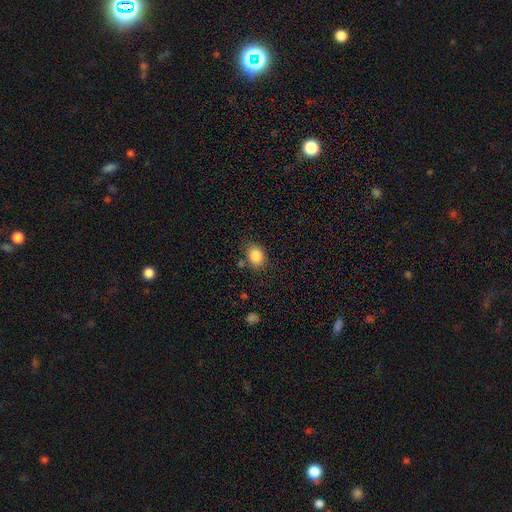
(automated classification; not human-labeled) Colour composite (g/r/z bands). It shows a smooth galaxy with no disk features (86%) that is in between round and cigar-shaped (53%). Merging: none (75%).